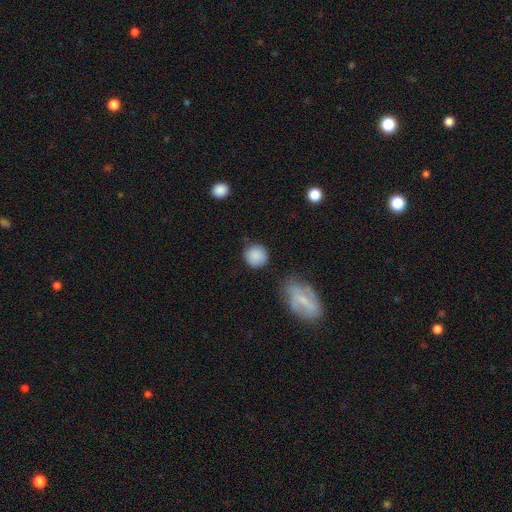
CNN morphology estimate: Q: Smooth or featured?
A: smooth (86%); runner-up: star or artifact (8%)
Q: How rounded?
A: round (91%); runner-up: in between (8%)
Q: Merging?
A: none (78%); runner-up: minor disturbance (13%)